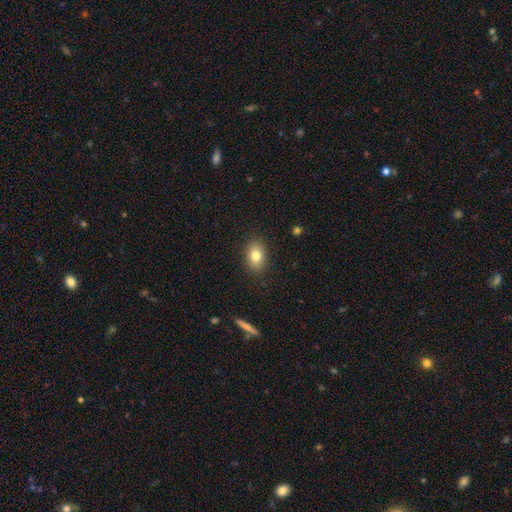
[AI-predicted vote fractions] smooth-or-featured: smooth: 80% | featured or disk: 10% | star or artifact: 10%
  how-rounded: in between: 76% | round: 22% | cigar-shaped: 1%
  merging: none: 87% | minor disturbance: 9% | major disturbance: 2% | merger: 1%